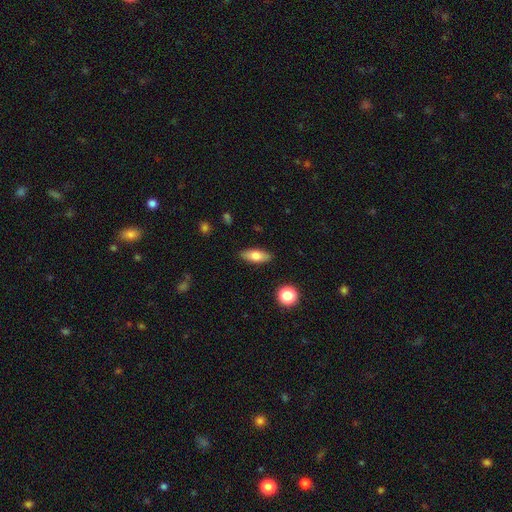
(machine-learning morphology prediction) Smooth or featured: smooth — 73% (featured or disk — 20%)
How rounded: in between — 75% (cigar-shaped — 21%)
Merging: none — 88% (minor disturbance — 9%)